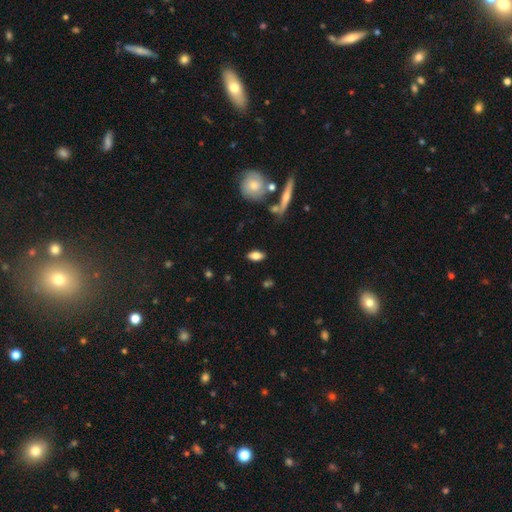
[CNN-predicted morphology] A smooth galaxy with no disk features (76%) that is in between round and cigar-shaped (85%). Merging: none (84%).